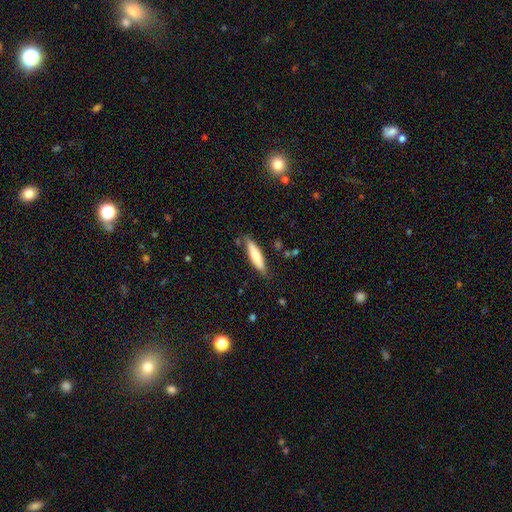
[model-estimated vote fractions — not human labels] The model was most divided on "how rounded": cigar-shaped: 71%, in between: 28%, round: 1%. More confident: merging — none (80%); smooth or featured — smooth (70%).